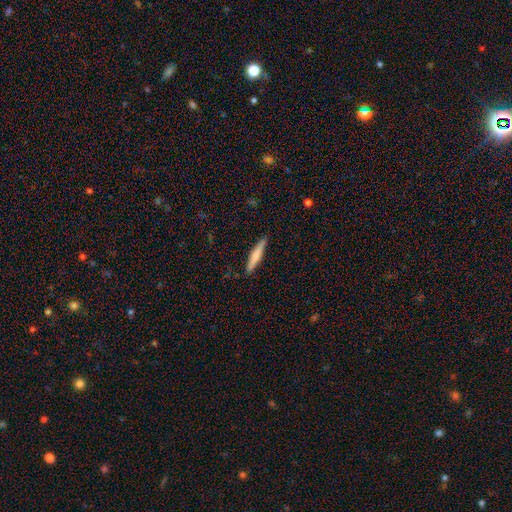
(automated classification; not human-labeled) This appears to be a smooth galaxy with no disk features (65%) that is cigar-shaped (93%). Merging: none (90%).